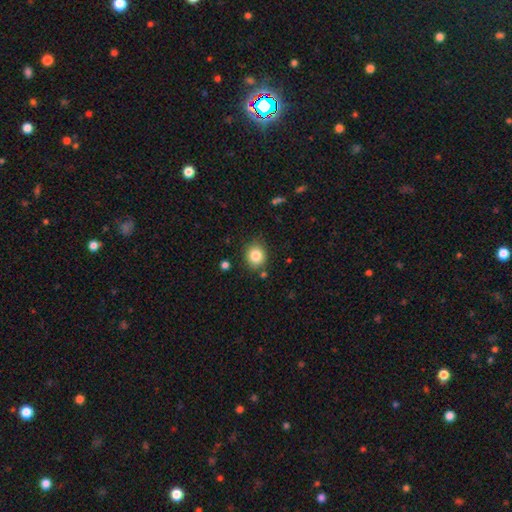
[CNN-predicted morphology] Smooth or featured?
  - smooth: 84% *
  - star or artifact: 10%
  - featured or disk: 6%
How rounded?
  - round: 75% *
  - in between: 24%
  - cigar-shaped: 1%
Merging?
  - none: 83% *
  - minor disturbance: 11%
  - merger: 3%
  - major disturbance: 3%